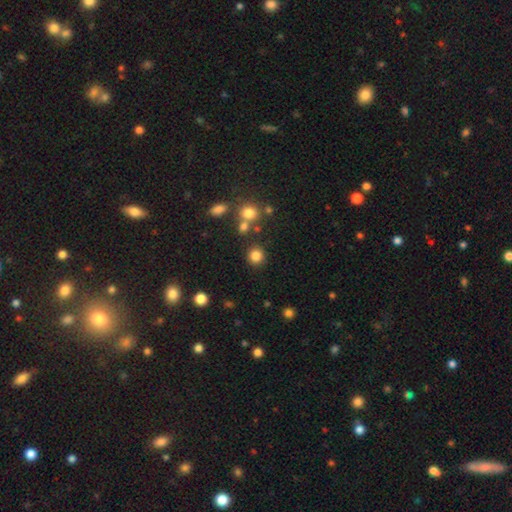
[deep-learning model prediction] Smooth or featured: smooth — 82% (star or artifact — 13%)
How rounded: round — 89% (in between — 10%)
Merging: none — 83% (minor disturbance — 7%)